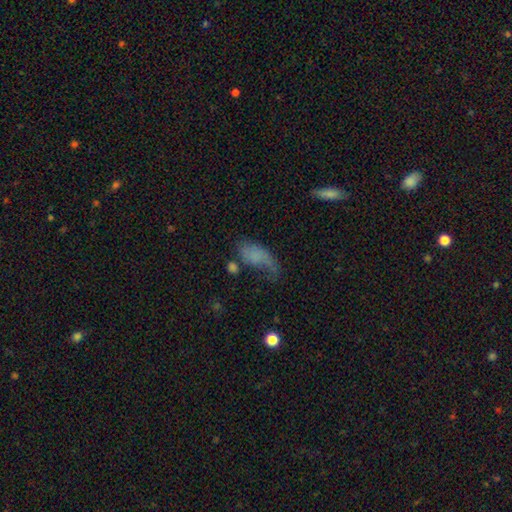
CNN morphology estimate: smooth 63%, featured or disk 25%, star or artifact 12%. Down the decision tree: how rounded — in between (87%); merging — major disturbance (38%).